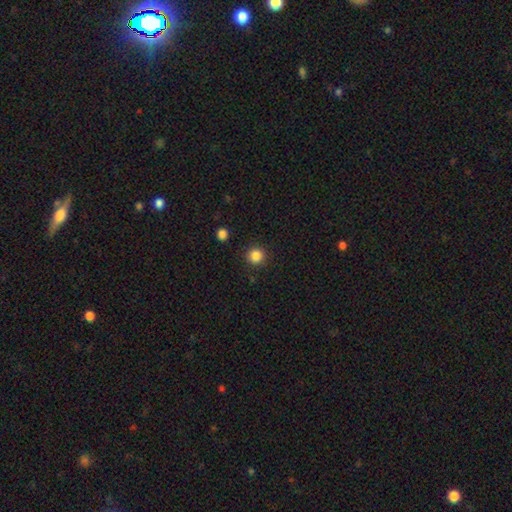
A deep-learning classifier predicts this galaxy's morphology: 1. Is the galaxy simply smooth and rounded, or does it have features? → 85% smooth, 11% star or artifact, 4% featured or disk.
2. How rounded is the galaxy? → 94% round, 5% in between, 1% cigar-shaped.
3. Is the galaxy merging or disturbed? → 91% none, 6% minor disturbance, 2% major disturbance, 2% merger.